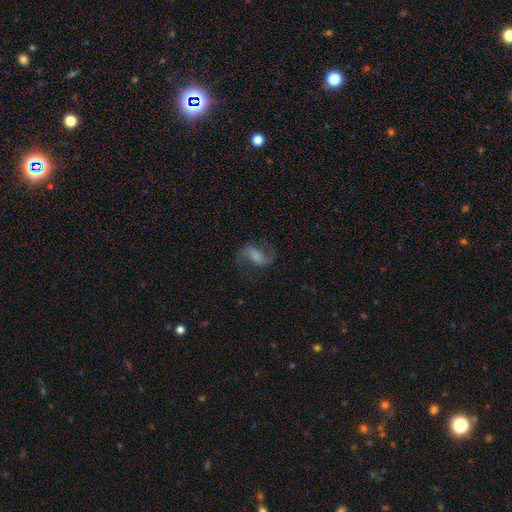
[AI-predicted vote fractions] Q: Smooth or featured?
A: featured or disk (71%); runner-up: smooth (20%)
Q: Edge-on disk?
A: no (96%); runner-up: yes (4%)
Q: Bar?
A: weak (42%); runner-up: strong (37%)
Q: Spiral arms?
A: yes (93%); runner-up: no (7%)
Q: Spiral winding?
A: loose (71%); runner-up: medium (25%)
Q: Spiral arm count?
A: 2 (91%); runner-up: 1 (3%)
Q: Bulge size?
A: none (41%); runner-up: moderate (21%)
Q: Merging?
A: none (72%); runner-up: minor disturbance (15%)